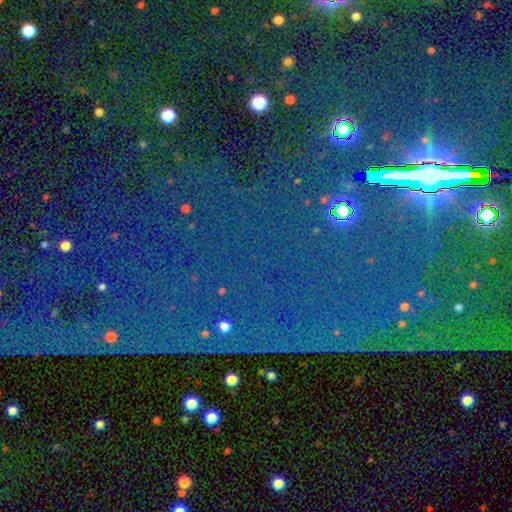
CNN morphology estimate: smooth_or_featured: star or artifact (p=0.86) [alt: smooth p=0.07]